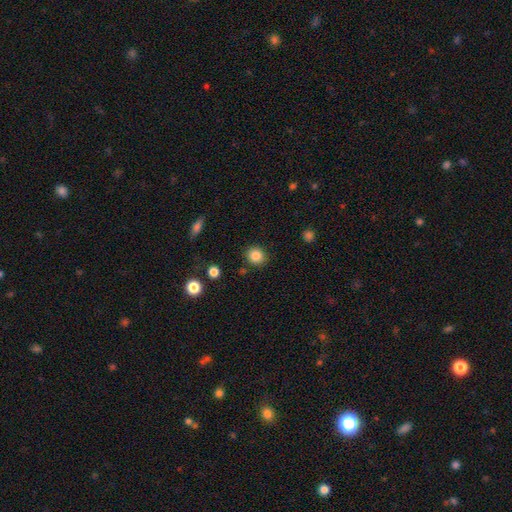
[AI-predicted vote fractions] Smooth or featured? smooth (85%)
How rounded? round (84%)
Merging? none (87%)